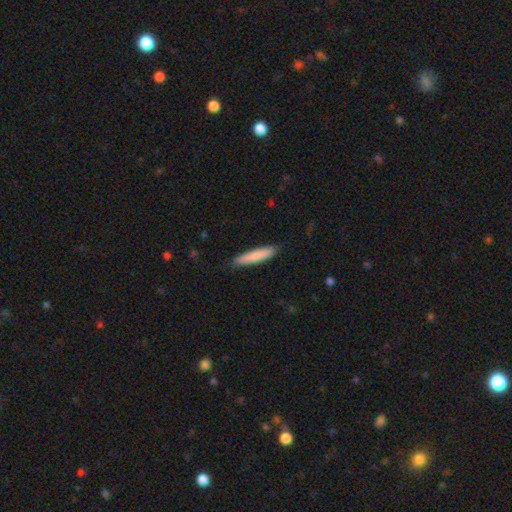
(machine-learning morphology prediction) The model was most divided on "smooth or featured": smooth: 82%, featured or disk: 13%, star or artifact: 5%. More confident: merging — none (87%); how rounded — cigar-shaped (87%).